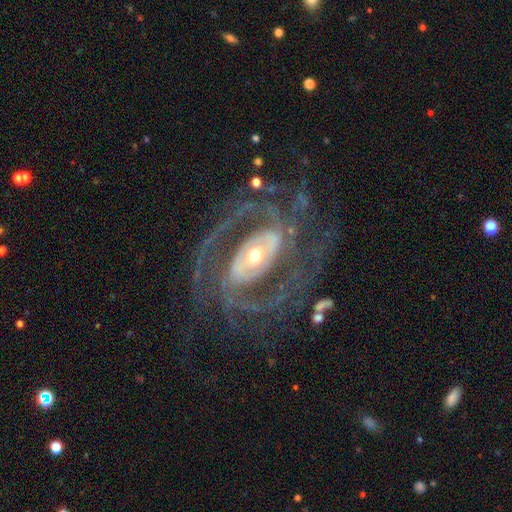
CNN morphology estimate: This appears to be a featured or disk galaxy (91%) with no bar (37%), 2 (49%) medium (43%) spiral arms (96%) and a moderate central bulge (57%). Merging: none (70%).